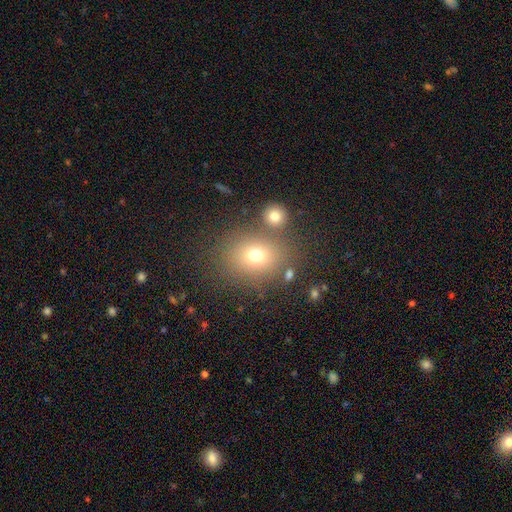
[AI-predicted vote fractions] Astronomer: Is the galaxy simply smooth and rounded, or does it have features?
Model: smooth — 71%.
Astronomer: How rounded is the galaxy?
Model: round — 55% (runner-up: in between, 44%).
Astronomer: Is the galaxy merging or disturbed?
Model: none — 72%.